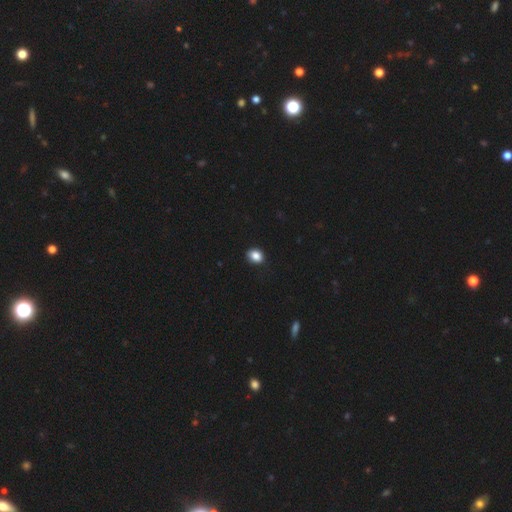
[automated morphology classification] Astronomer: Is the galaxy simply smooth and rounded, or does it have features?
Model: smooth — 87%.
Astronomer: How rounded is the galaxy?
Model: round — 50% (runner-up: in between, 49%).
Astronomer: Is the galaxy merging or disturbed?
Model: none — 88%.